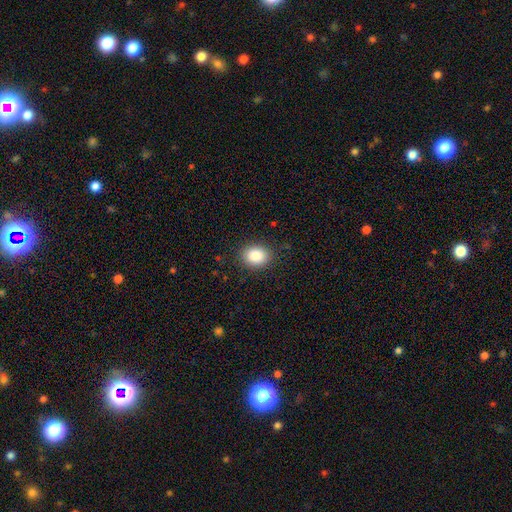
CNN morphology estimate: Smooth or featured? smooth (87%)
How rounded? in between (56%)
Merging? none (86%)